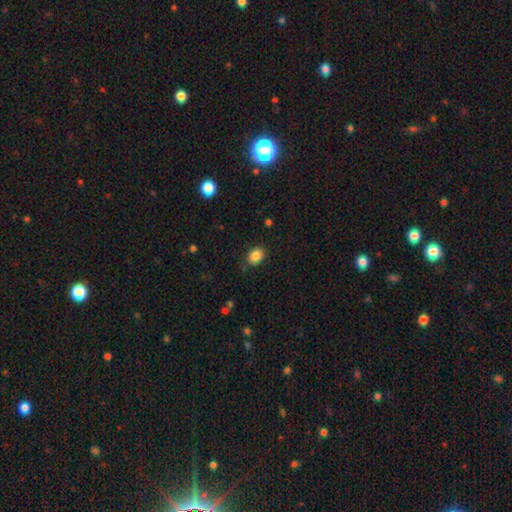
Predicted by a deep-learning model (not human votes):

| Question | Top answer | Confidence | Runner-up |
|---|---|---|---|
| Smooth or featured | smooth | 86% | star or artifact (9%) |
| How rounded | in between | 65% | round (34%) |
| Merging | none | 83% | minor disturbance (12%) |